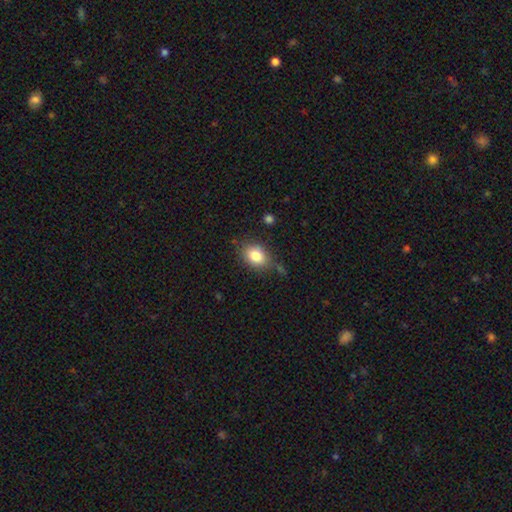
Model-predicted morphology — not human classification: A smooth galaxy with no disk features (83%) that is in between round and cigar-shaped (69%). Merging: none (70%).